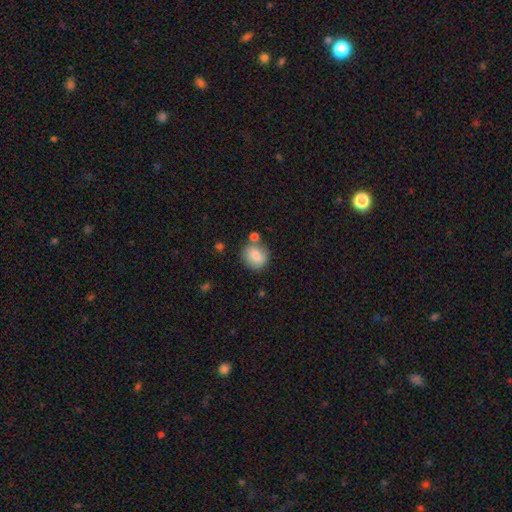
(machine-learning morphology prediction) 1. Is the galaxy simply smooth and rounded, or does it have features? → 72% smooth, 20% featured or disk, 8% star or artifact.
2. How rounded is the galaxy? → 80% round, 19% in between, 1% cigar-shaped.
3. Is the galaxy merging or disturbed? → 64% none, 17% minor disturbance, 15% merger, 5% major disturbance.